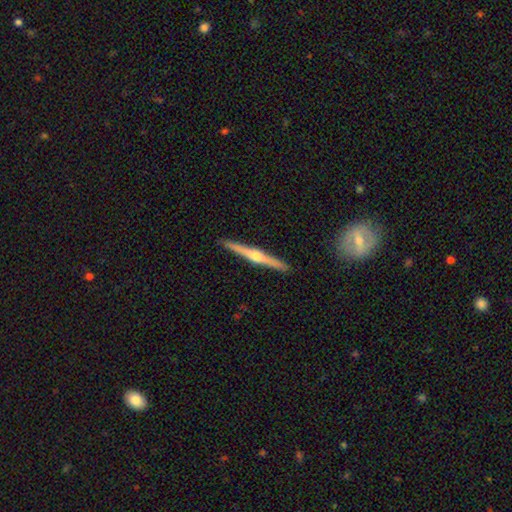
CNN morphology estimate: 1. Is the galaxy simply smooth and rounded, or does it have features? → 76% featured or disk, 19% smooth, 5% star or artifact.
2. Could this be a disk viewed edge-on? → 98% yes, 2% no.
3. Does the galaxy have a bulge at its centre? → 92% rounded, 5% none, 3% boxy.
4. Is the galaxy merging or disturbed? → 92% none, 6% minor disturbance, 1% major disturbance, 1% merger.